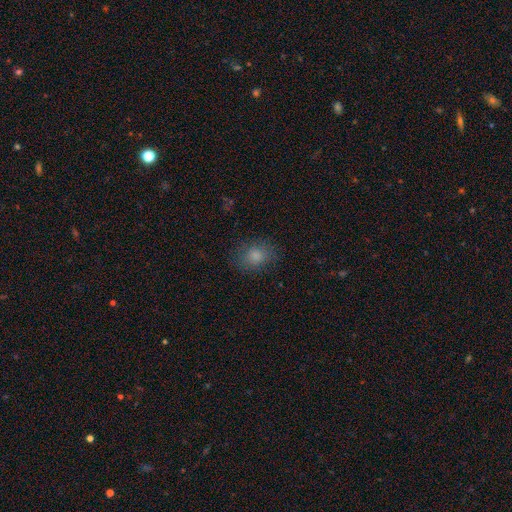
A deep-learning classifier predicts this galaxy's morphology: Smooth or featured?
  - smooth: 83% *
  - star or artifact: 11%
  - featured or disk: 7%
How rounded?
  - in between: 57% *
  - round: 42%
  - cigar-shaped: 1%
Merging?
  - none: 81% *
  - minor disturbance: 14%
  - major disturbance: 4%
  - merger: 1%